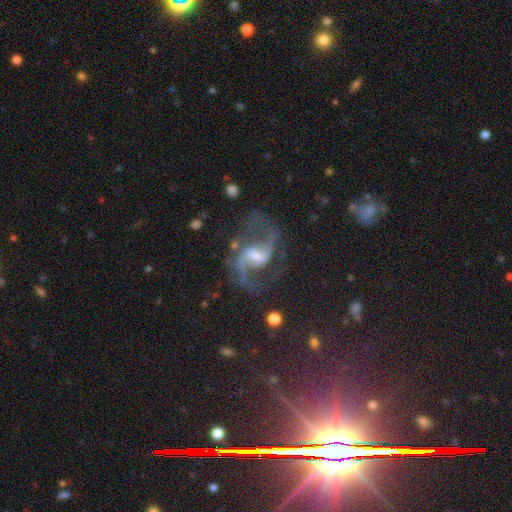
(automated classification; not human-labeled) smooth-or-featured: featured or disk: 91% | star or artifact: 6% | smooth: 4%
  disk-edge-on: no: 98% | yes: 2%
    bar: weak: 56% | strong: 26% | no: 18%
    has-spiral-arms: yes: 98% | no: 2%
      spiral-winding: medium: 51% | loose: 42% | tight: 7%
      spiral-arm-count: 2: 93% | can't tell: 2% | 1: 2% | 3: 2% | 4: 1% | more than 4: 1%
    bulge-size: small: 42% | moderate: 41% | none: 9% | large: 7% | dominant: 1%
  merging: none: 71% | minor disturbance: 14% | major disturbance: 12% | merger: 3%